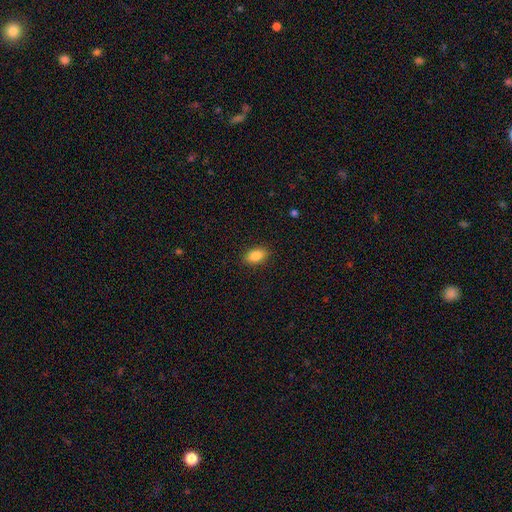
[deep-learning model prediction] Smooth or featured?
  - smooth: 86% *
  - star or artifact: 8%
  - featured or disk: 6%
How rounded?
  - in between: 89% *
  - round: 8%
  - cigar-shaped: 3%
Merging?
  - none: 88% *
  - minor disturbance: 9%
  - major disturbance: 2%
  - merger: 1%